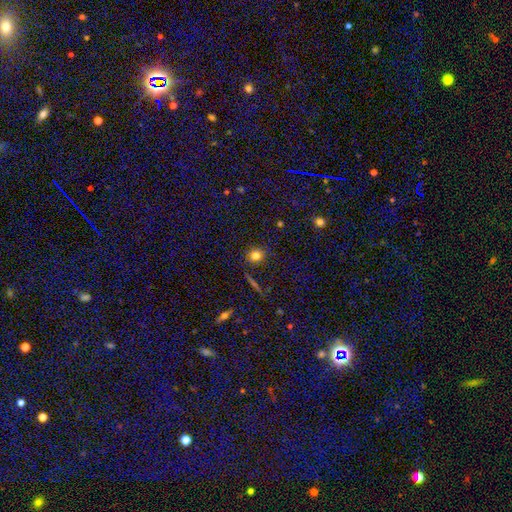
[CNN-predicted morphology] A smooth galaxy with no disk features (78%) that is round (83%). Merging: none (87%).